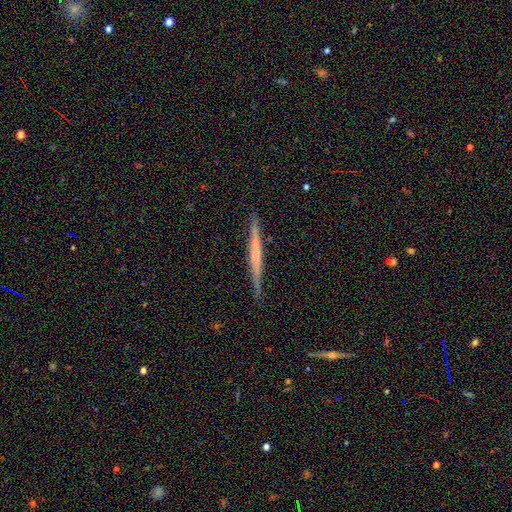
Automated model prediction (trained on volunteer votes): Q: Smooth or featured?
A: featured or disk (61%); runner-up: smooth (30%)
Q: Edge-on disk?
A: yes (97%); runner-up: no (3%)
Q: Edge-on bulge?
A: none (58%); runner-up: rounded (30%)
Q: Merging?
A: none (85%); runner-up: minor disturbance (11%)